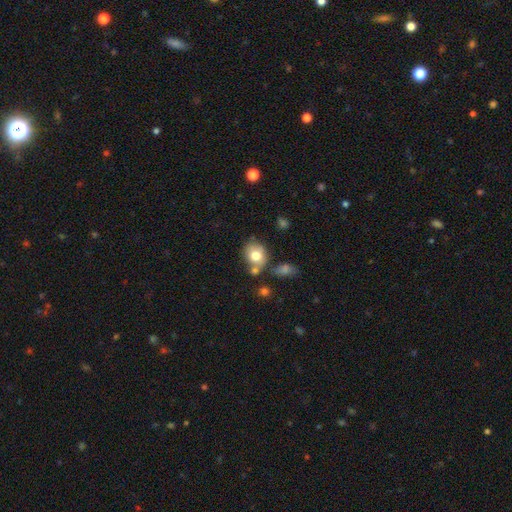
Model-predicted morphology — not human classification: Smooth or featured? Predicted: smooth (p=0.74). How rounded? Predicted: round (p=0.54). Merging? Predicted: none (p=0.56).